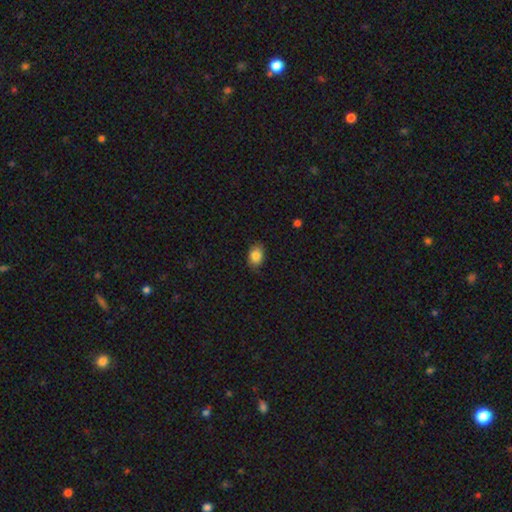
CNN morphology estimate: Smooth or featured?
  - smooth: 84% *
  - star or artifact: 8%
  - featured or disk: 8%
How rounded?
  - in between: 80% *
  - round: 19%
  - cigar-shaped: 1%
Merging?
  - none: 80% *
  - minor disturbance: 16%
  - major disturbance: 3%
  - merger: 1%